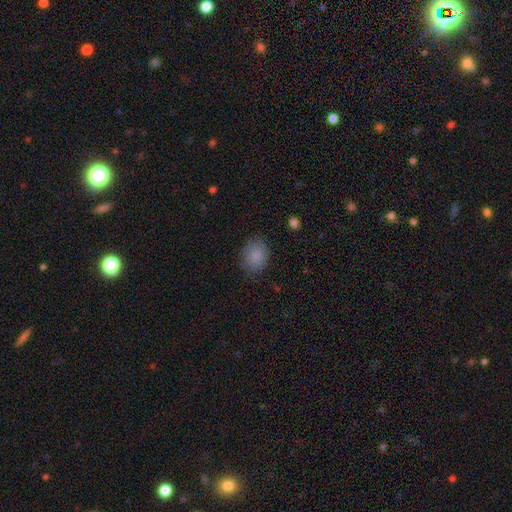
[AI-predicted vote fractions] Smooth or featured? smooth (85%)
How rounded? in between (62%)
Merging? none (81%)